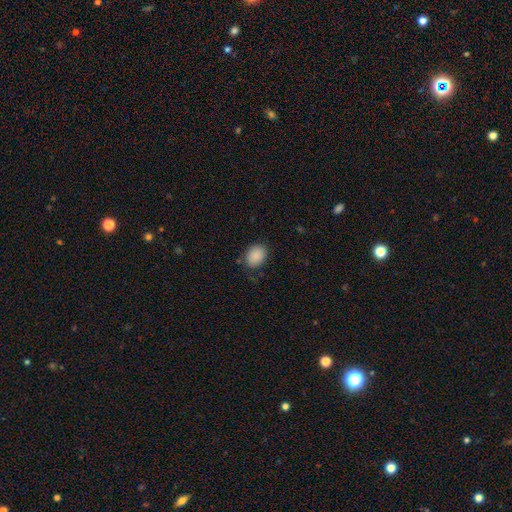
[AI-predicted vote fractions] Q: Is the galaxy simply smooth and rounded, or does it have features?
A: smooth — 88%.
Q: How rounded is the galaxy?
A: in between — 67%.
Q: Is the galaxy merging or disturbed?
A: none — 75%.